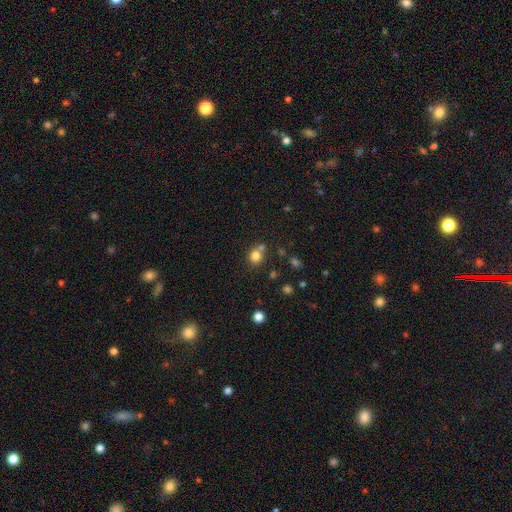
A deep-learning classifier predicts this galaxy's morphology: smooth-or-featured: smooth: 79% | star or artifact: 14% | featured or disk: 7%
  how-rounded: round: 83% | in between: 16% | cigar-shaped: 1%
  merging: none: 62% | merger: 26% | minor disturbance: 9% | major disturbance: 3%